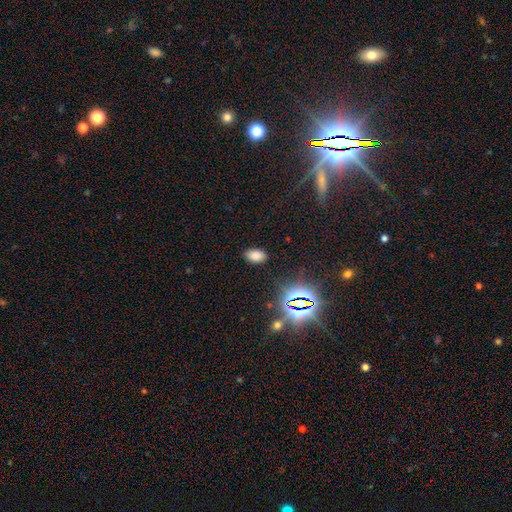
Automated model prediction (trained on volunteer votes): smooth-or-featured: smooth: 75% | star or artifact: 19% | featured or disk: 6%
  how-rounded: in between: 91% | round: 7% | cigar-shaped: 2%
  merging: none: 87% | minor disturbance: 9% | major disturbance: 3% | merger: 1%